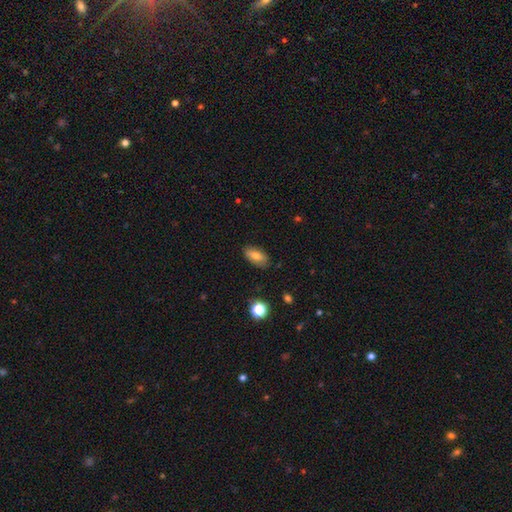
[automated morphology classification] A smooth galaxy with no disk features (74%) that is in between round and cigar-shaped (88%).

Vote fractions:
- Smooth or featured? smooth: 74% / featured or disk: 18% / star or artifact: 8%
- How rounded? in between: 88% / cigar-shaped: 8% / round: 4%
- Merging? none: 83% / minor disturbance: 13% / major disturbance: 3% / merger: 1%